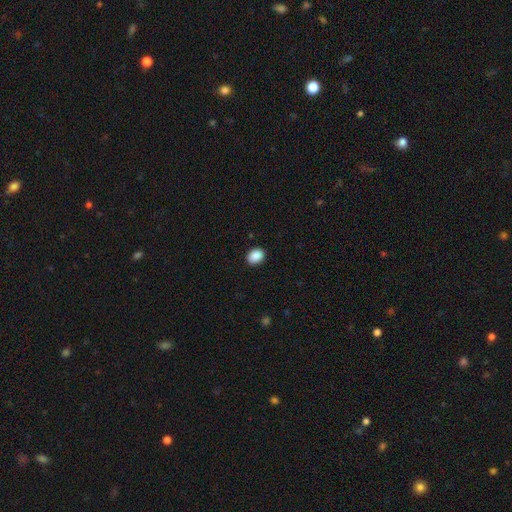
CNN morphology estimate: smooth-or-featured: smooth: 90% | star or artifact: 8% | featured or disk: 3%
  how-rounded: in between: 60% | round: 39% | cigar-shaped: 1%
  merging: none: 90% | minor disturbance: 7% | major disturbance: 2% | merger: 1%